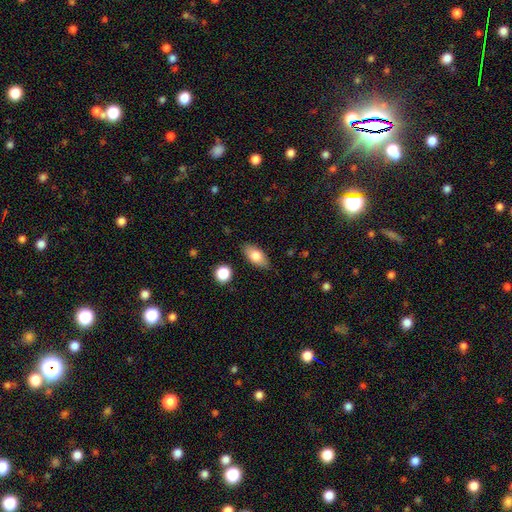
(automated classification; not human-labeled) Morphology: type=smooth (79%); roundness=in between (88%); merging=none (85%).